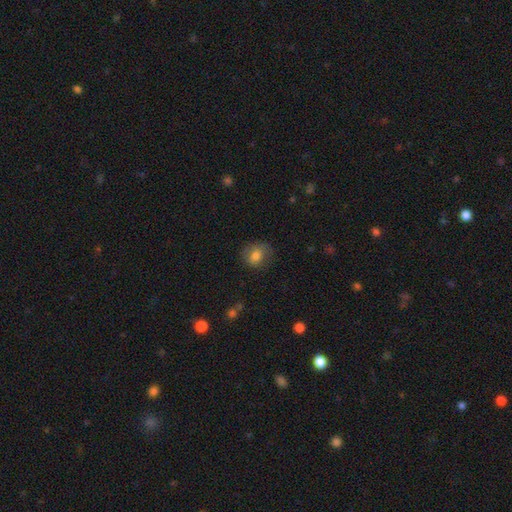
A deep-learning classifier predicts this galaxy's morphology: Overall: smooth (75%). How rounded: round (63%; in between 36%). Merging: none (65%).